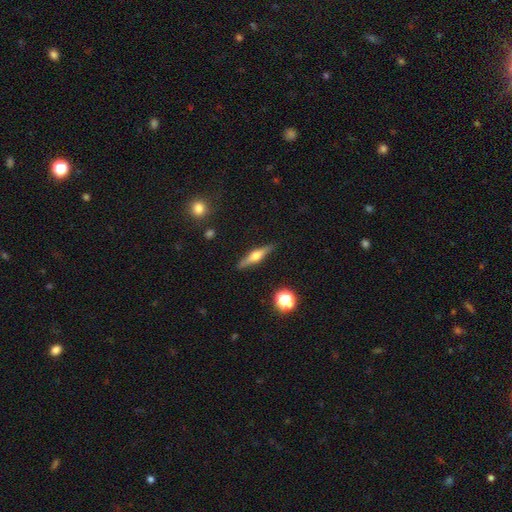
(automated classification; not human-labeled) smooth_or_featured: featured or disk (p=0.62) [alt: smooth p=0.30]
disk_edge_on: yes (p=0.96) [alt: no p=0.04]
edge_on_bulge: rounded (p=0.92) [alt: boxy p=0.05]
merging: none (p=0.89) [alt: minor disturbance p=0.08]